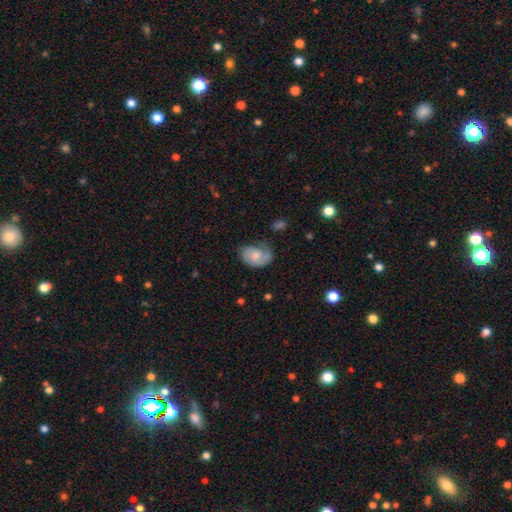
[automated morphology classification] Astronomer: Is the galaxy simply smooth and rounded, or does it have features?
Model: featured or disk — 47% (runner-up: smooth, 45%).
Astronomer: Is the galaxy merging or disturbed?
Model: none — 50% (runner-up: minor disturbance, 32%).